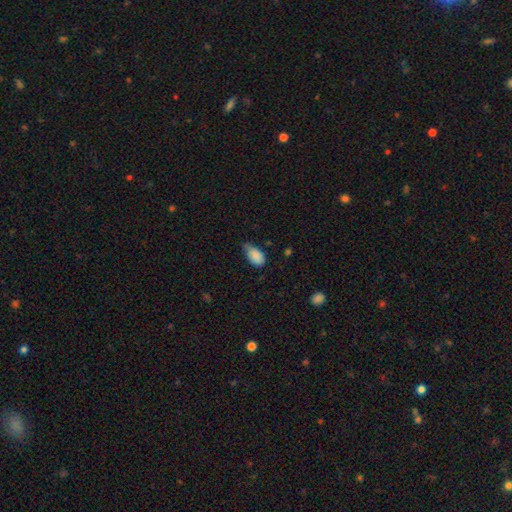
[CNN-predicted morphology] This is clearly a smooth galaxy (87%). How rounded: clearly in between (92%). Merging: possibly minor disturbance (49%).